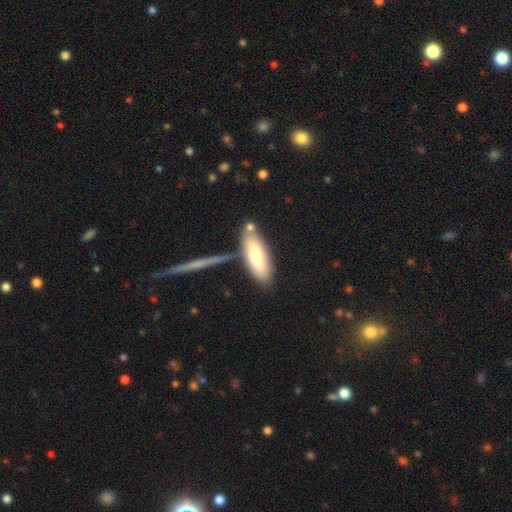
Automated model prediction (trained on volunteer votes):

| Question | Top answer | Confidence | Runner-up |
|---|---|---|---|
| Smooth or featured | smooth | 71% | featured or disk (23%) |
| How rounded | in between | 67% | cigar-shaped (31%) |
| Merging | none | 63% | merger (16%) |